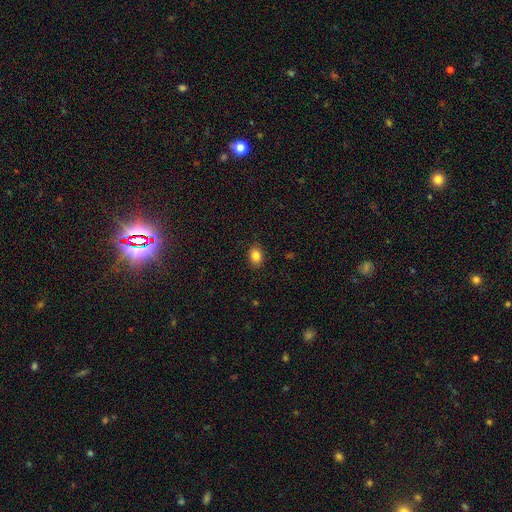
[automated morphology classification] This is clearly a smooth galaxy (85%). How rounded: likely in between (69%). Merging: clearly none (88%).